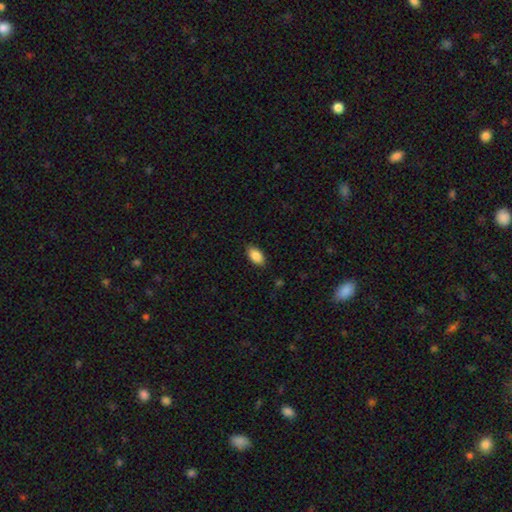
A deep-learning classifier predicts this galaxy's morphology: Smooth or featured? smooth (88%)
How rounded? in between (93%)
Merging? none (86%)